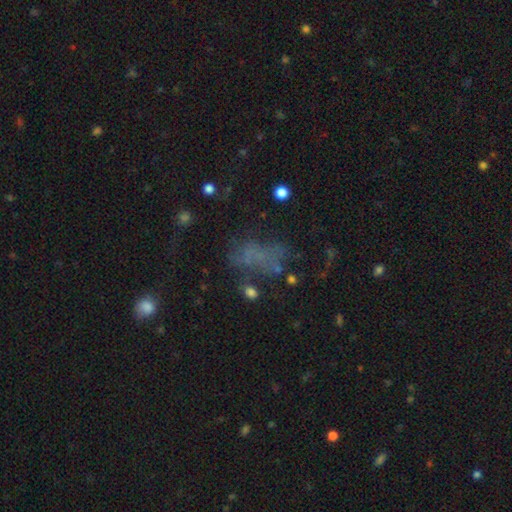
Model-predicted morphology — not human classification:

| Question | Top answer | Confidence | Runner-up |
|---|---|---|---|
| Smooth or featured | smooth | 42% | featured or disk (31%) |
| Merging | none | 42% | major disturbance (30%) |